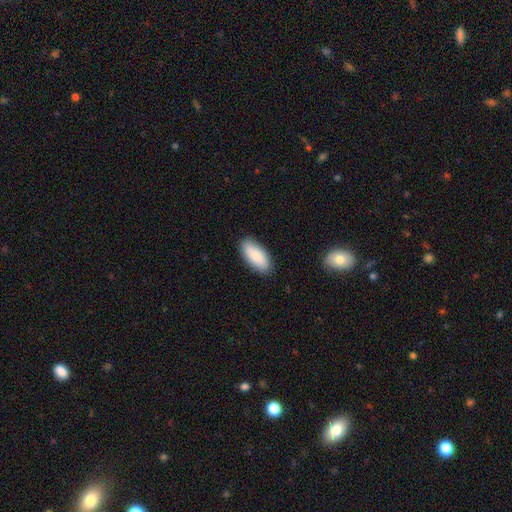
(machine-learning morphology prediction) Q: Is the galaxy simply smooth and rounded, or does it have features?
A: smooth — 86%.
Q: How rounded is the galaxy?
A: in between — 89%.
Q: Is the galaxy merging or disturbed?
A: none — 87%.